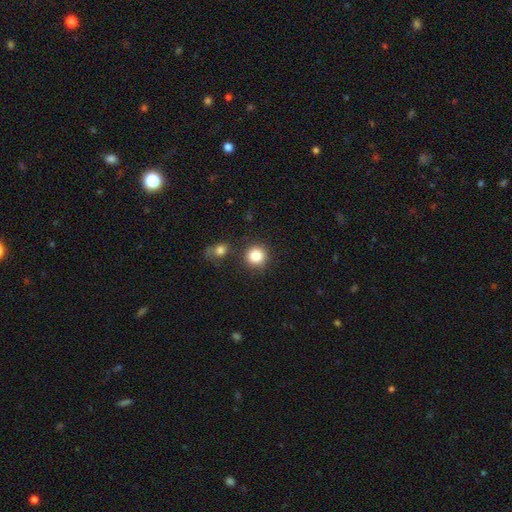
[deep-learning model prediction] Smooth or featured?
  - smooth: 85% *
  - star or artifact: 10%
  - featured or disk: 5%
How rounded?
  - round: 91% *
  - in between: 8%
  - cigar-shaped: 1%
Merging?
  - none: 82% *
  - minor disturbance: 9%
  - merger: 6%
  - major disturbance: 3%